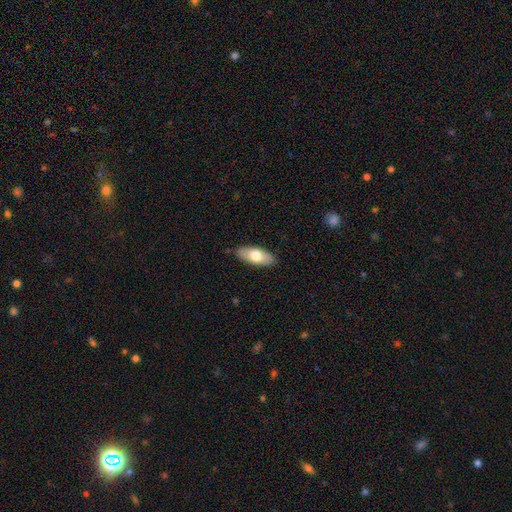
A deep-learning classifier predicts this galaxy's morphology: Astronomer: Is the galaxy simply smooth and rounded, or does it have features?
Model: smooth — 69%.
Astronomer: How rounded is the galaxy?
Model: in between — 85%.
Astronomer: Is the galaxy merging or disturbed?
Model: none — 87%.